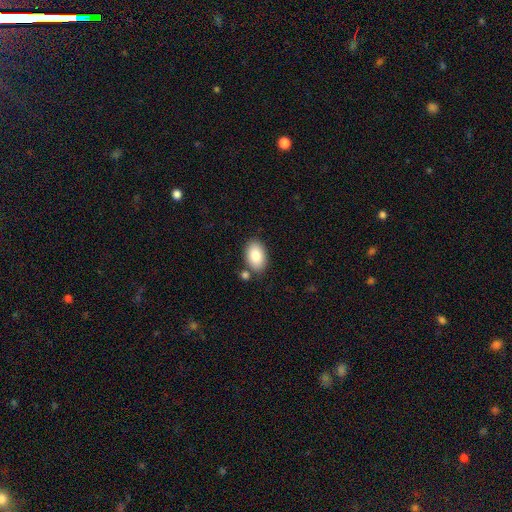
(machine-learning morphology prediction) Overall: smooth (84%). How rounded: in between (91%). Merging: none (79%).